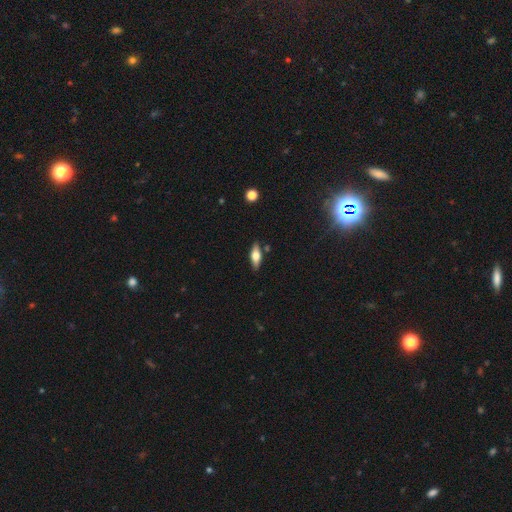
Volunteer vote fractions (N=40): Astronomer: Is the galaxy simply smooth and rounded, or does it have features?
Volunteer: featured or disk — 50% (runner-up: smooth, 40%).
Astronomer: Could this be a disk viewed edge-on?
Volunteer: yes — 100%.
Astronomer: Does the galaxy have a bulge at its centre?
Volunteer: rounded — 95%.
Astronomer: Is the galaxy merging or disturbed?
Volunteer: none — 81%.